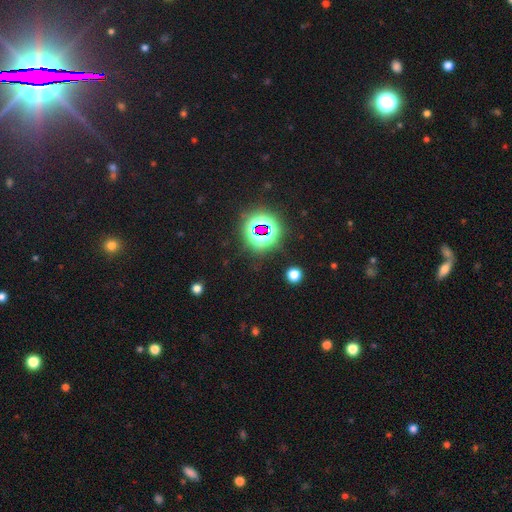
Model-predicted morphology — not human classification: smooth-or-featured: star or artifact: 79% | smooth: 13% | featured or disk: 8%